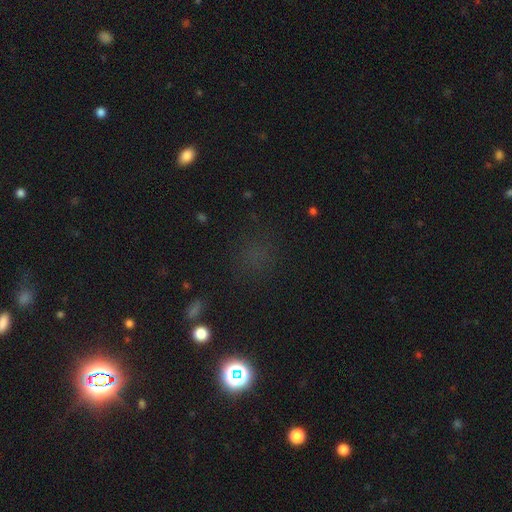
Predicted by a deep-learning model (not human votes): Smooth or featured: star or artifact — 50% (smooth — 40%)